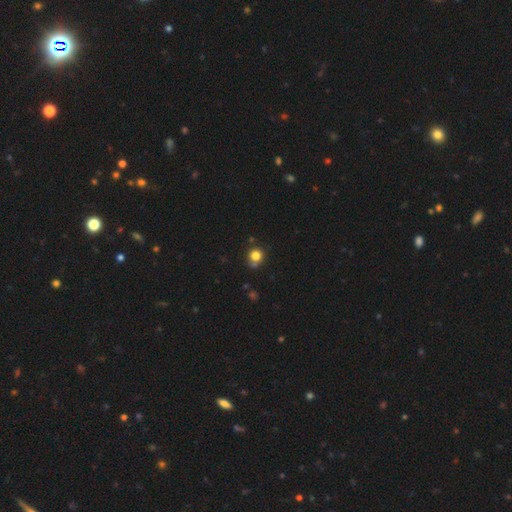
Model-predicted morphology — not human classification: Smooth or featured: smooth — 81% (star or artifact — 13%)
How rounded: round — 87% (in between — 12%)
Merging: none — 70% (minor disturbance — 18%)